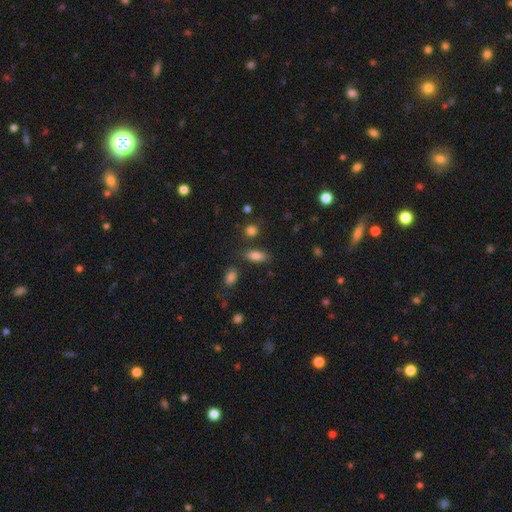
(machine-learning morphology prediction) smooth_or_featured: smooth (p=0.82) [alt: star or artifact p=0.09]
how_rounded: in between (p=0.78) [alt: cigar-shaped p=0.18]
merging: none (p=0.78) [alt: minor disturbance p=0.13]